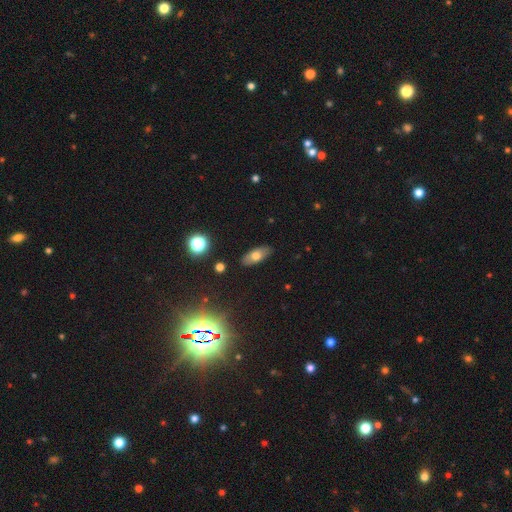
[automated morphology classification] Smooth or featured? Predicted: smooth (p=0.68). How rounded? Predicted: in between (p=0.84). Merging? Predicted: none (p=0.87).